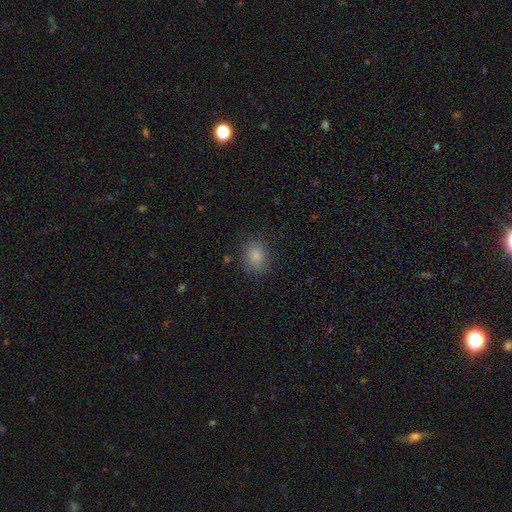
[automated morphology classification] A smooth galaxy with no disk features (84%) that is round (51%).

Vote fractions:
- Smooth or featured? smooth: 84% / star or artifact: 10% / featured or disk: 6%
- How rounded? round: 51% / in between: 48% / cigar-shaped: 1%
- Merging? none: 79% / minor disturbance: 15% / major disturbance: 5% / merger: 1%